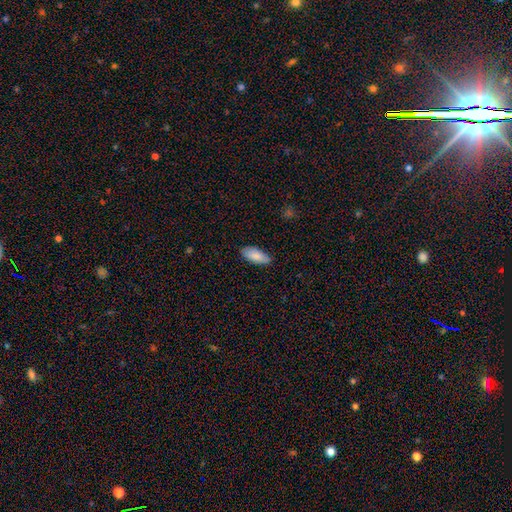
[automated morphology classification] The model was most divided on "merging": none: 83%, minor disturbance: 14%, major disturbance: 2%, merger: 1%. More confident: how rounded — in between (87%); smooth or featured — smooth (87%).